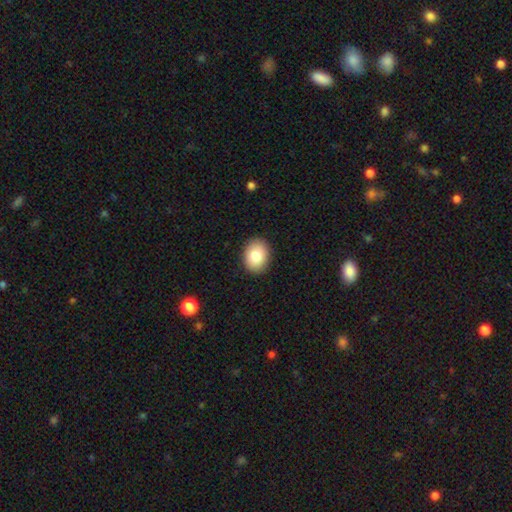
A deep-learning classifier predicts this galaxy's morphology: smooth 83%, featured or disk 10%, star or artifact 7%. Down the decision tree: how rounded — in between (64%); merging — none (90%).